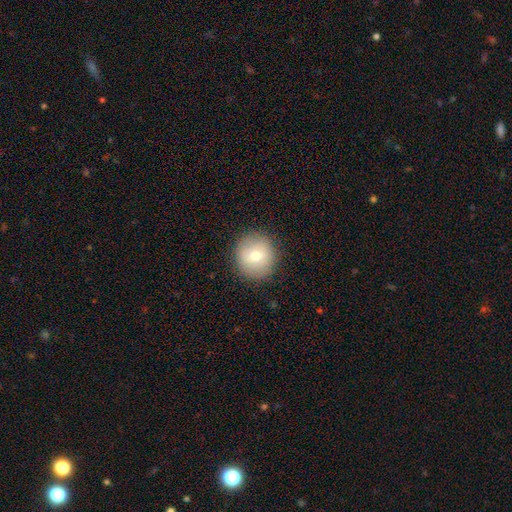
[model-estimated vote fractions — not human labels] Overall: smooth (72%). How rounded: round (93%). Merging: none (88%).